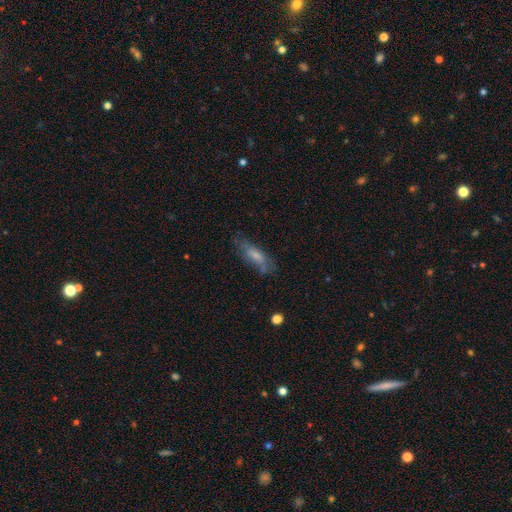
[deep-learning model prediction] smooth_or_featured: smooth (p=0.61) [alt: featured or disk p=0.31]
how_rounded: in between (p=0.53) [alt: cigar-shaped p=0.45]
merging: none (p=0.58) [alt: minor disturbance p=0.26]